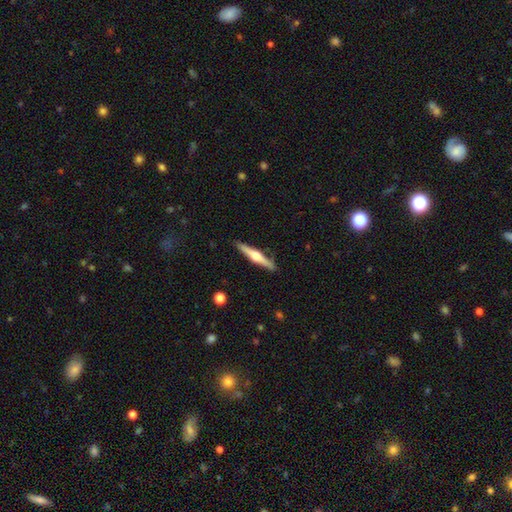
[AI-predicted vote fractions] smooth_or_featured: featured or disk (p=0.69) [alt: smooth p=0.26]
disk_edge_on: yes (p=0.98) [alt: no p=0.02]
edge_on_bulge: rounded (p=0.91) [alt: boxy p=0.05]
merging: none (p=0.90) [alt: minor disturbance p=0.07]